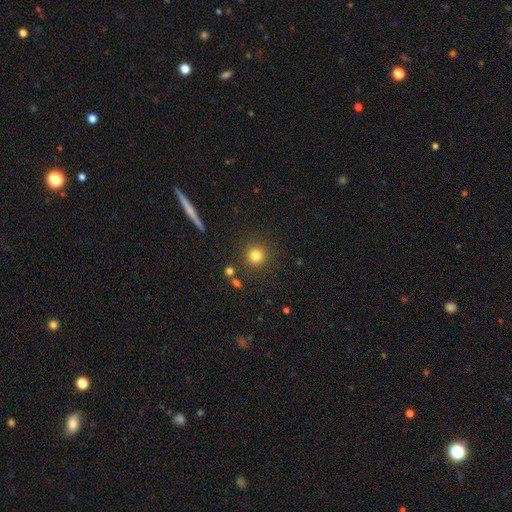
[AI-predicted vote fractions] A smooth galaxy with no disk features (80%) that is round (94%). Merging: none (87%).